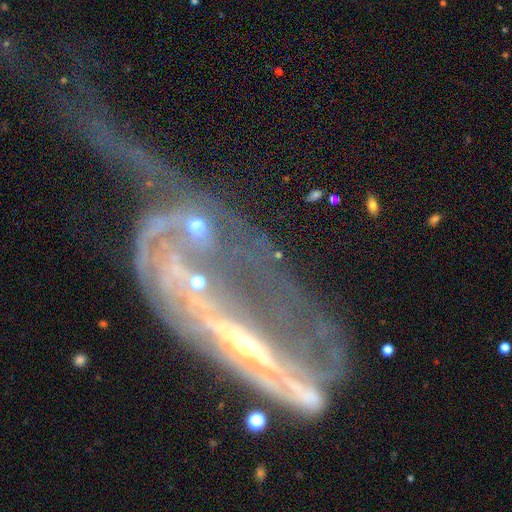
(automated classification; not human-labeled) Smooth or featured? featured or disk (75%)
Edge-on disk? no (74%)
Bar? no (50%)
Spiral arms? yes (60%)
Bulge size? moderate (41%, tied with small)
Merging? merger (34%)